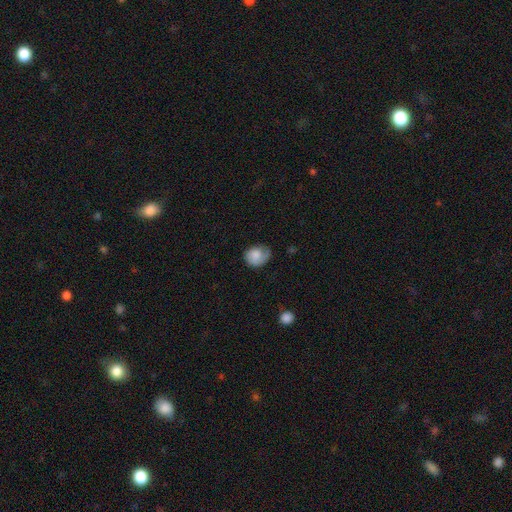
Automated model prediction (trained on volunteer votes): Overall: smooth (72%). How rounded: round (54%; in between 45%). Merging: none (48%; minor disturbance 33%).